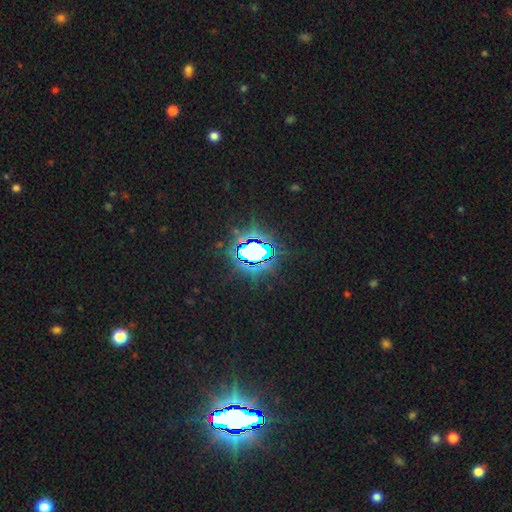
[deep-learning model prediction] Smooth or featured? Predicted: star or artifact (p=0.74).